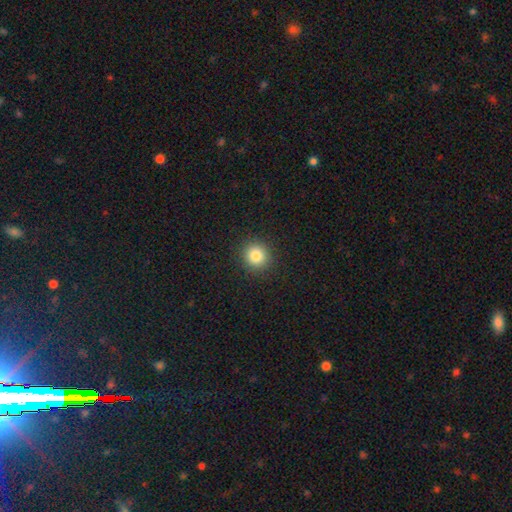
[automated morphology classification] This appears to be a smooth galaxy with no disk features (83%) that is round (90%). Merging: none (91%).